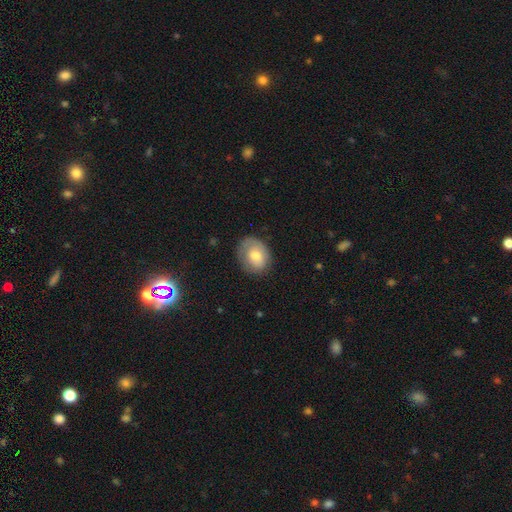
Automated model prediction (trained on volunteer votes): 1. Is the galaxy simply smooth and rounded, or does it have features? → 67% smooth, 23% featured or disk, 10% star or artifact.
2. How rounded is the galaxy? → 53% round, 46% in between, 1% cigar-shaped.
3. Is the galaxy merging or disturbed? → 70% none, 22% minor disturbance, 7% major disturbance, 1% merger.